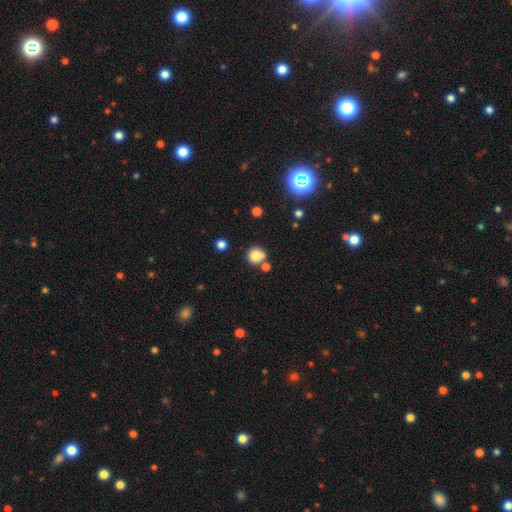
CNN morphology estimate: A smooth galaxy with no disk features (79%) that is round (91%).

Vote fractions:
- Smooth or featured? smooth: 79% / star or artifact: 12% / featured or disk: 8%
- How rounded? round: 91% / in between: 8% / cigar-shaped: 1%
- Merging? none: 63% / merger: 22% / minor disturbance: 10% / major disturbance: 4%